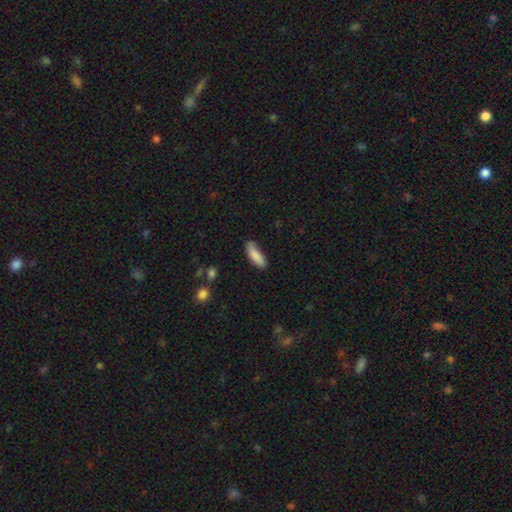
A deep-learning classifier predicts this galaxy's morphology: This is clearly a smooth galaxy (86%). How rounded: possibly in between (52%). Merging: likely none (73%).